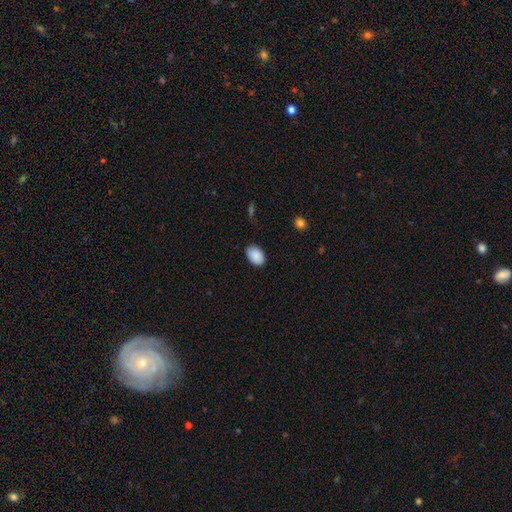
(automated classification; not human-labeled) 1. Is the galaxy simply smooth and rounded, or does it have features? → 90% smooth, 7% star or artifact, 3% featured or disk.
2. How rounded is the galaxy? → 86% in between, 13% round, 1% cigar-shaped.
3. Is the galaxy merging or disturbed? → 87% none, 10% minor disturbance, 2% major disturbance, 1% merger.